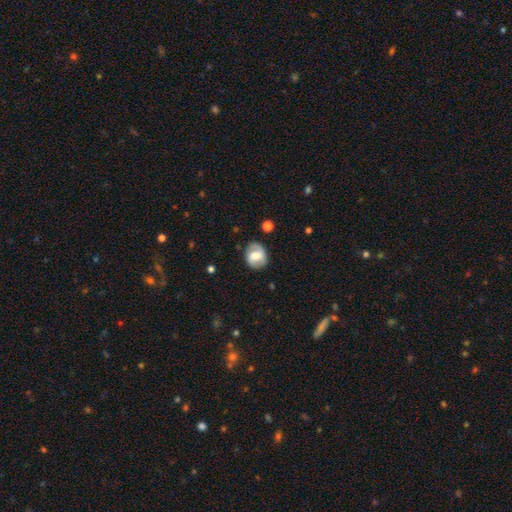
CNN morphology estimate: smooth_or_featured: featured or disk (p=0.48) [alt: smooth p=0.44]
merging: none (p=0.76) [alt: minor disturbance p=0.17]